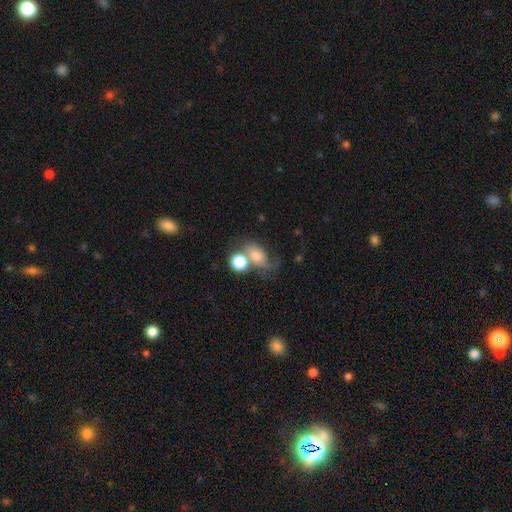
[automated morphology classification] Smooth or featured? smooth (67%)
How rounded? in between (63%)
Merging? merger (40%)